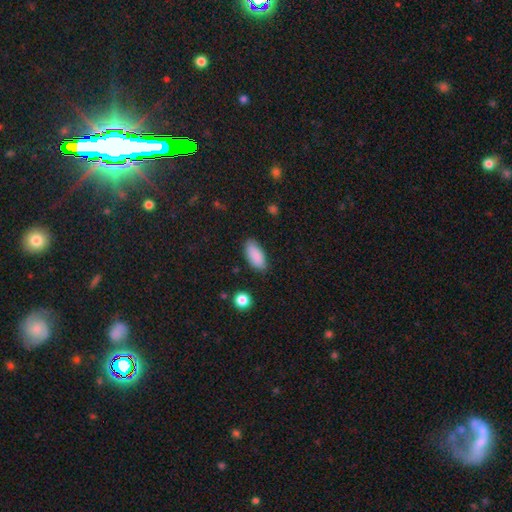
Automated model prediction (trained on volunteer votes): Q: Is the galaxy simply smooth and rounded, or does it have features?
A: smooth — 88%.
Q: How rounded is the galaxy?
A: in between — 89%.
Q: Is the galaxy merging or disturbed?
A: none — 82%.